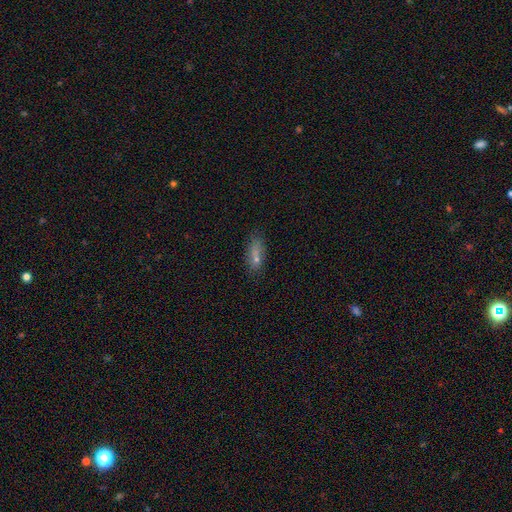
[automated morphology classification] type=smooth (69%); roundness=in between (75%); merging=none (61%).